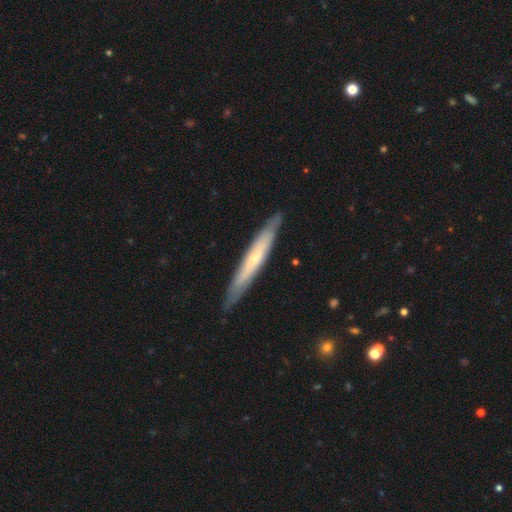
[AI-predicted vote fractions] Overall: featured or disk (56%; smooth 37%). Edge-on disk: yes (84%). Merging: none (86%).